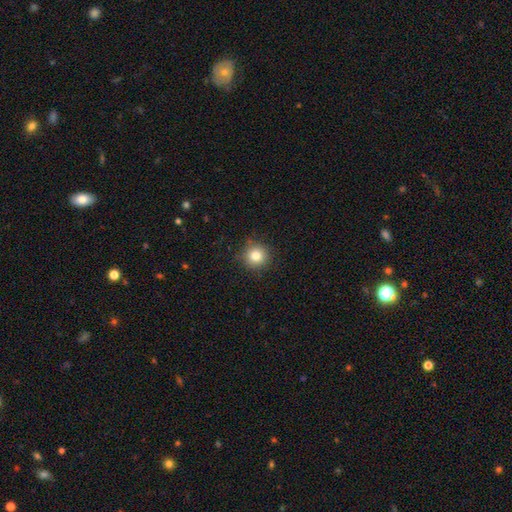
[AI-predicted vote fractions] The model was most divided on "smooth or featured": smooth: 81%, star or artifact: 12%, featured or disk: 7%. More confident: how rounded — round (94%); merging — none (89%).